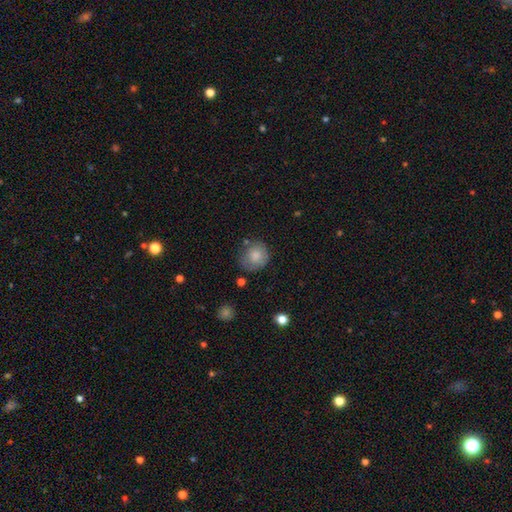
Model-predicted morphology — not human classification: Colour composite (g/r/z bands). It shows a smooth galaxy with no disk features (80%) that is round (80%). Merging: none (66%).